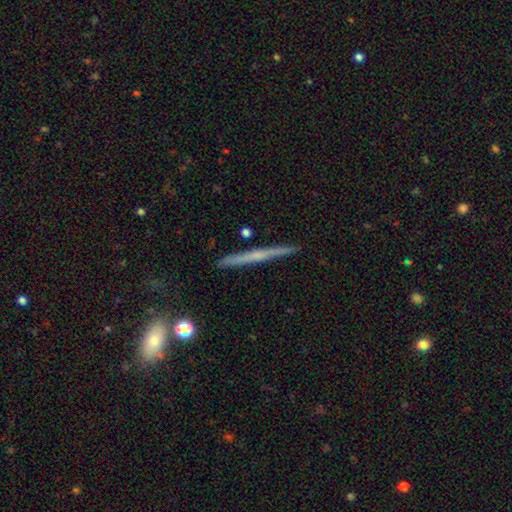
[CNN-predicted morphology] type=featured or disk (62%); edge-on=yes (97%); edge-on bulge=none (57%); merging=none (89%).